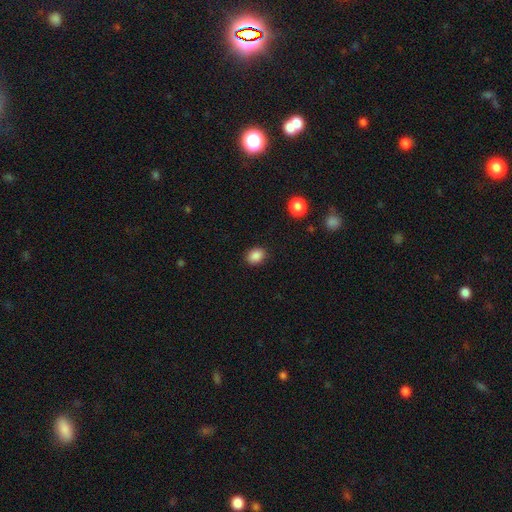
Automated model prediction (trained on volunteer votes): Morphology: type=smooth (87%); roundness=in between (54%); merging=none (88%).